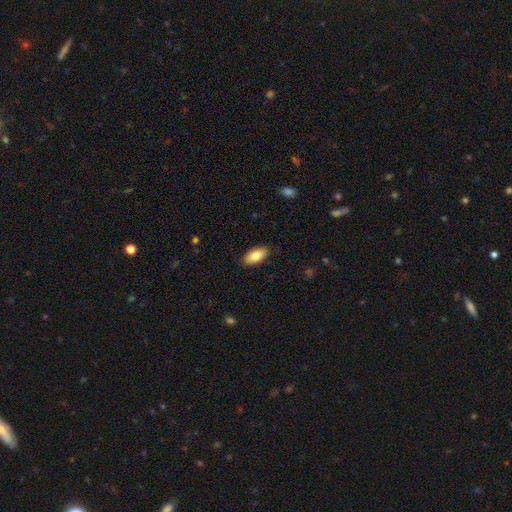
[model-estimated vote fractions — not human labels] A smooth galaxy with no disk features (83%) that is in between round and cigar-shaped (89%).

Vote fractions:
- Smooth or featured? smooth: 83% / featured or disk: 11% / star or artifact: 7%
- How rounded? in between: 89% / cigar-shaped: 9% / round: 2%
- Merging? none: 88% / minor disturbance: 9% / major disturbance: 2% / merger: 1%